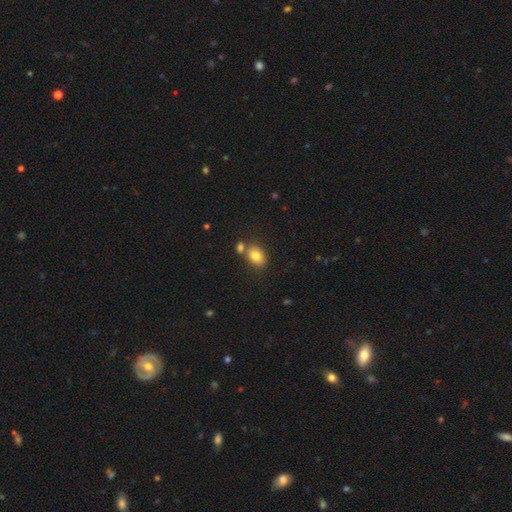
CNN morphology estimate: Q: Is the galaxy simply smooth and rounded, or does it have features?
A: smooth — 80%.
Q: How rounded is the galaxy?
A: in between — 71%.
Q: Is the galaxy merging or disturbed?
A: none — 62%.